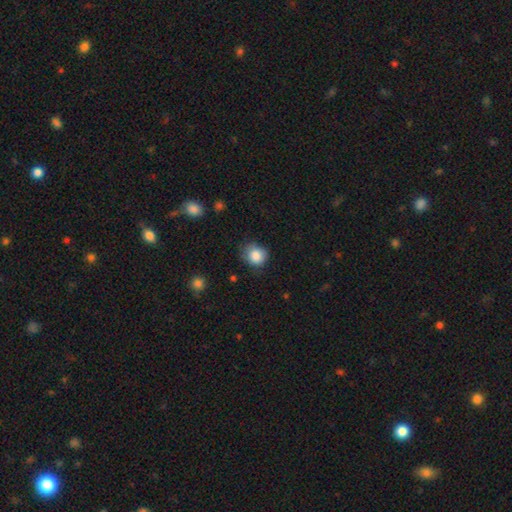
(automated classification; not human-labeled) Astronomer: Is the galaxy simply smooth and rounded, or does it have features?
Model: smooth — 86%.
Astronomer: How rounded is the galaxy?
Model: round — 76%.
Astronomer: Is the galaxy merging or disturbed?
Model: none — 66%.